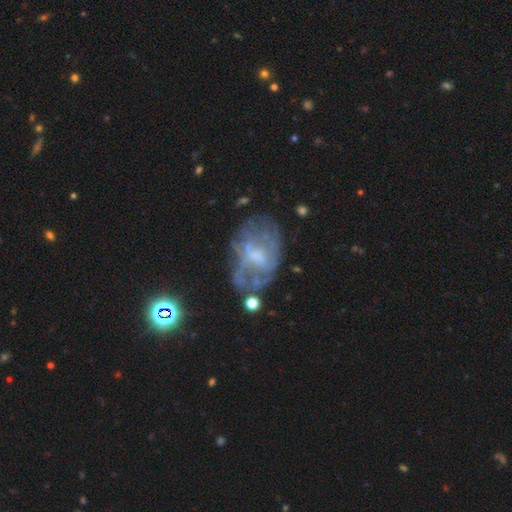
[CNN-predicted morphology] This appears to be a featured or disk galaxy (68%) with no bar (52%), no spiral arms (53%) and a small central bulge (37%). Merging: none (48%).